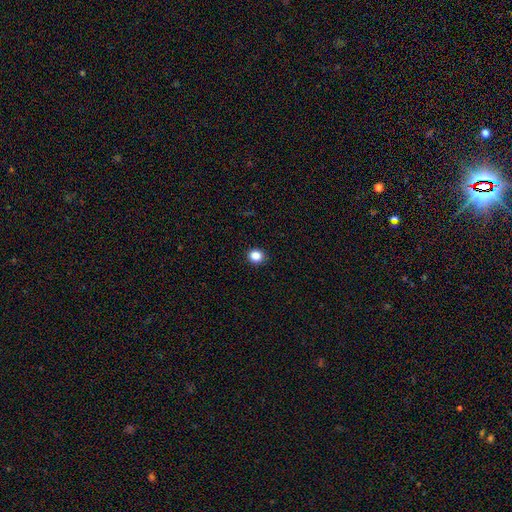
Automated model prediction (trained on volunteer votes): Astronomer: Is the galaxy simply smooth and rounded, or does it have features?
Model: smooth — 85%.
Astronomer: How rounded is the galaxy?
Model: round — 86%.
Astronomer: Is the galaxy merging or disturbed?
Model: none — 91%.